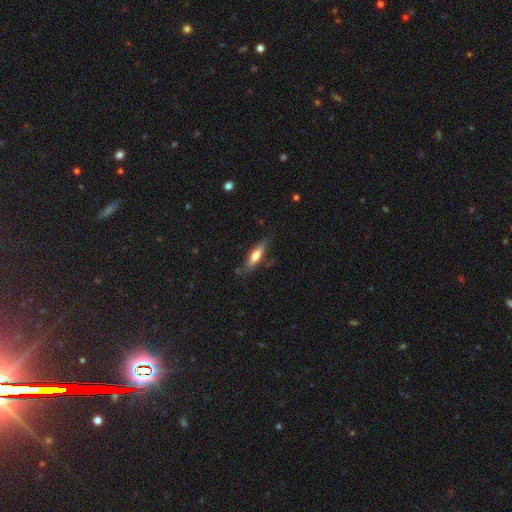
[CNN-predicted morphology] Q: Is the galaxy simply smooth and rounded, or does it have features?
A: smooth — 57%.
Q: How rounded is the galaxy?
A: cigar-shaped — 67%.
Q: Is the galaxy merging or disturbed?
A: none — 76%.